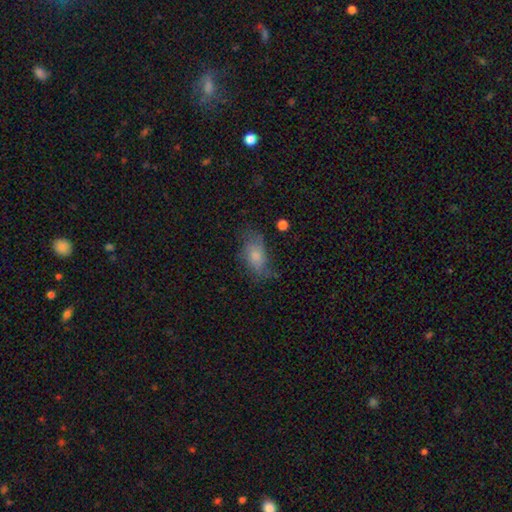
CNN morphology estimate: type=smooth (63%); roundness=in between (87%); merging=none (50%).